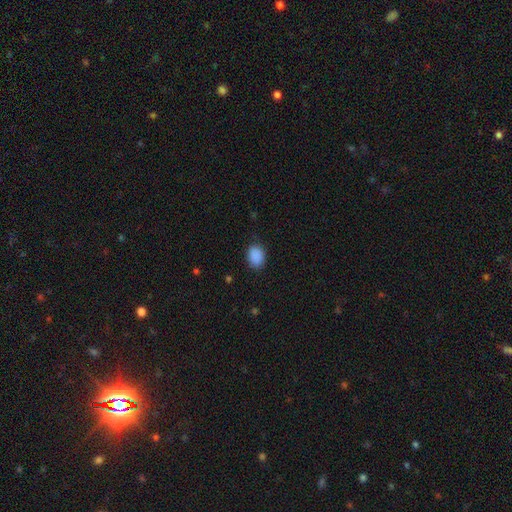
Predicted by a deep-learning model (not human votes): Q: Smooth or featured?
A: smooth (89%); runner-up: star or artifact (8%)
Q: How rounded?
A: in between (61%); runner-up: round (38%)
Q: Merging?
A: none (84%); runner-up: minor disturbance (12%)